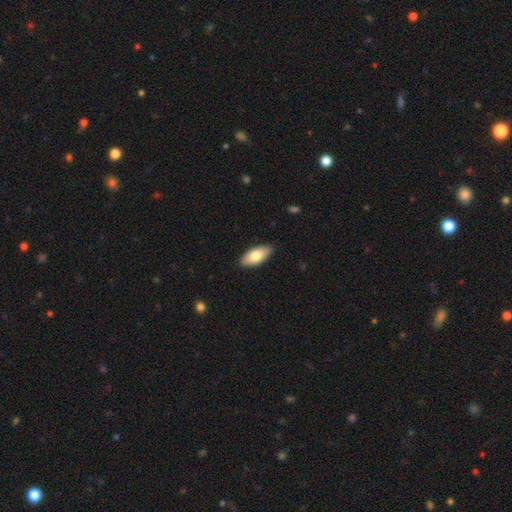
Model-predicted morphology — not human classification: A smooth galaxy with no disk features (78%) that is in between round and cigar-shaped (86%).

Vote fractions:
- Smooth or featured? smooth: 78% / featured or disk: 16% / star or artifact: 6%
- How rounded? in between: 86% / cigar-shaped: 12% / round: 2%
- Merging? none: 89% / minor disturbance: 9% / major disturbance: 2% / merger: 1%